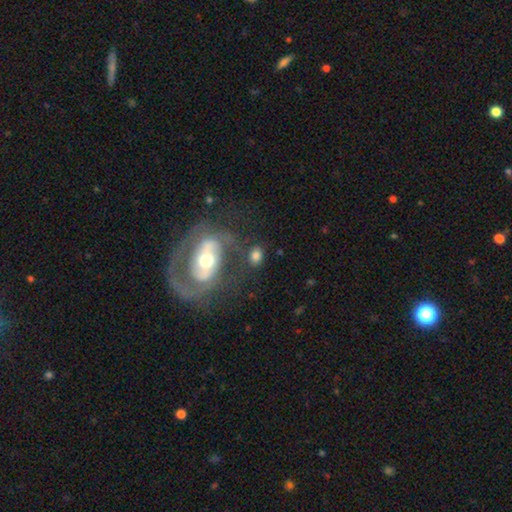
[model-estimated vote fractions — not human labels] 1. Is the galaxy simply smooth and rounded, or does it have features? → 62% smooth, 28% featured or disk, 10% star or artifact.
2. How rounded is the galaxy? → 66% in between, 32% round, 2% cigar-shaped.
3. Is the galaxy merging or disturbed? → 62% none, 15% minor disturbance, 12% merger, 10% major disturbance.